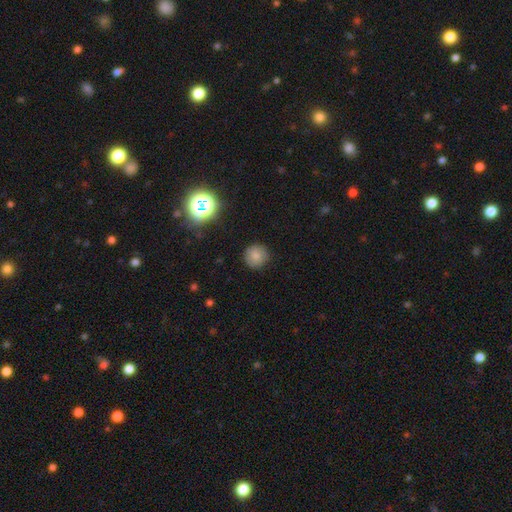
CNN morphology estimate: Smooth or featured? smooth (79%)
How rounded? round (95%)
Merging? none (89%)